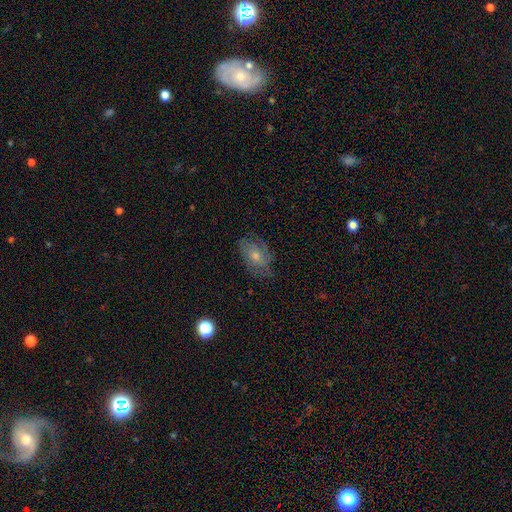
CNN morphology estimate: This appears to be a featured or disk galaxy (50%). Merging: none (71%).